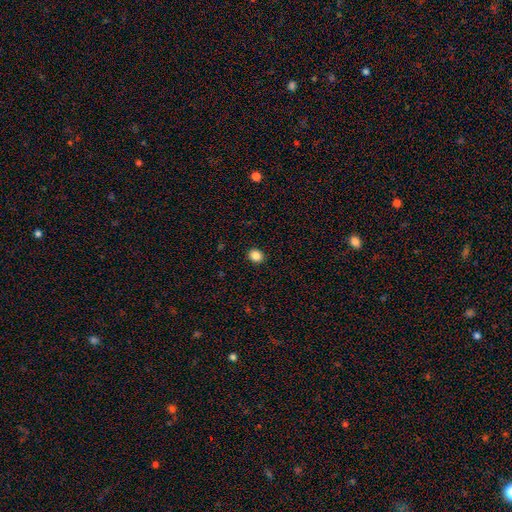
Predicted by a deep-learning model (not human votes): smooth_or_featured: smooth (p=0.86) [alt: star or artifact p=0.10]
how_rounded: round (p=0.67) [alt: in between p=0.32]
merging: none (p=0.91) [alt: minor disturbance p=0.06]